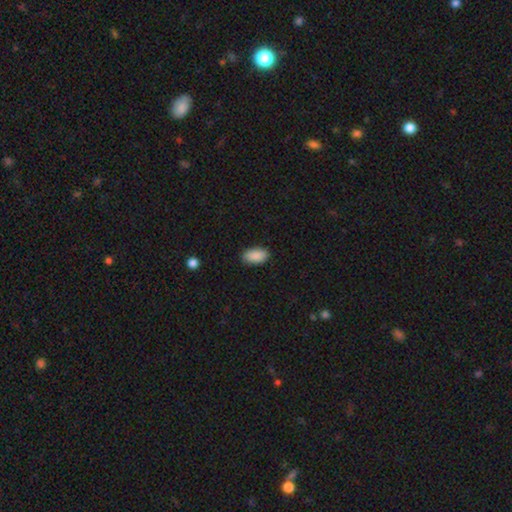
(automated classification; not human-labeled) smooth 90%, star or artifact 7%, featured or disk 3%. Down the decision tree: how rounded — in between (94%); merging — none (87%).